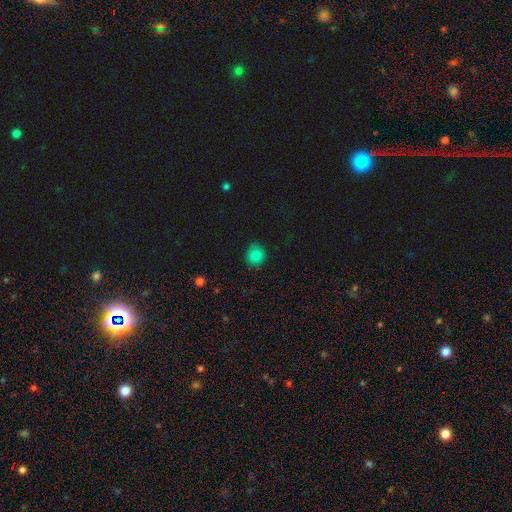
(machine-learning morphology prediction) smooth 81%, star or artifact 12%, featured or disk 7%. Down the decision tree: how rounded — round (85%); merging — none (86%).